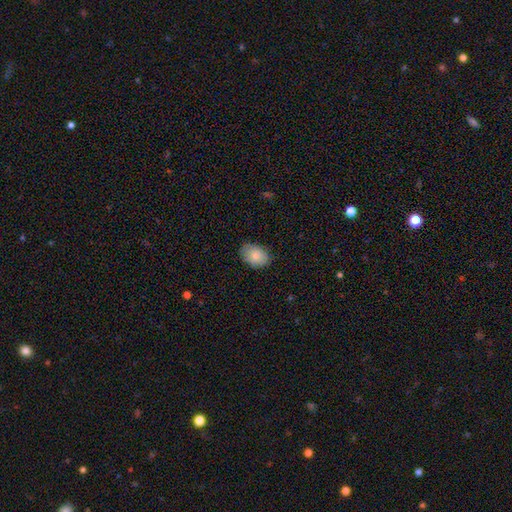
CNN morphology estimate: type=smooth (83%); roundness=in between (82%); merging=none (80%).